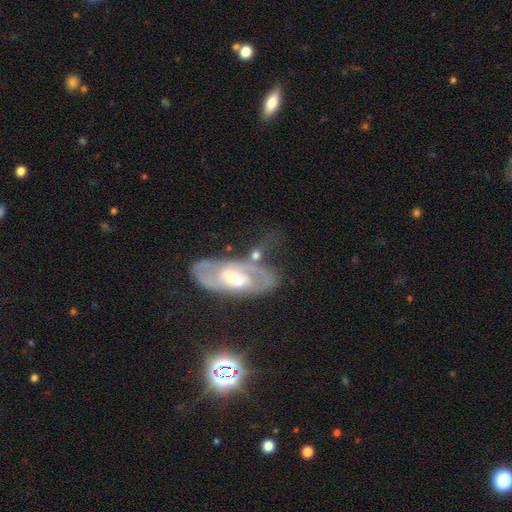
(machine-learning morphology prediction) Smooth or featured: featured or disk — 71% (smooth — 22%)
Edge-on disk: no — 90% (yes — 10%)
Bar: no — 52% (weak — 35%)
Spiral arms: yes — 73% (no — 27%)
Bulge size: moderate — 47% (small — 42%)
Merging: none — 43% (merger — 23%)